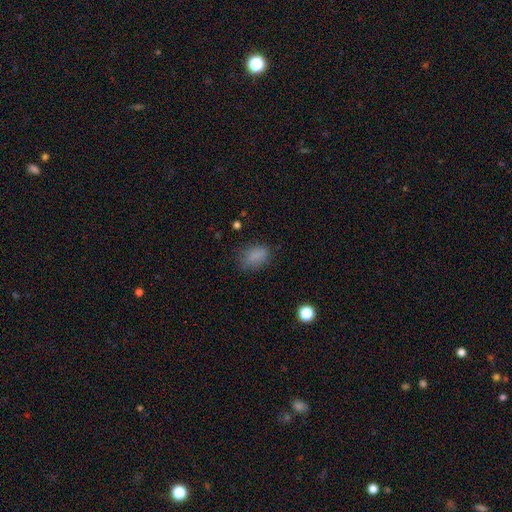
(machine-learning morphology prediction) smooth_or_featured: smooth (p=0.81) [alt: star or artifact p=0.13]
how_rounded: in between (p=0.84) [alt: round p=0.14]
merging: none (p=0.68) [alt: minor disturbance p=0.22]